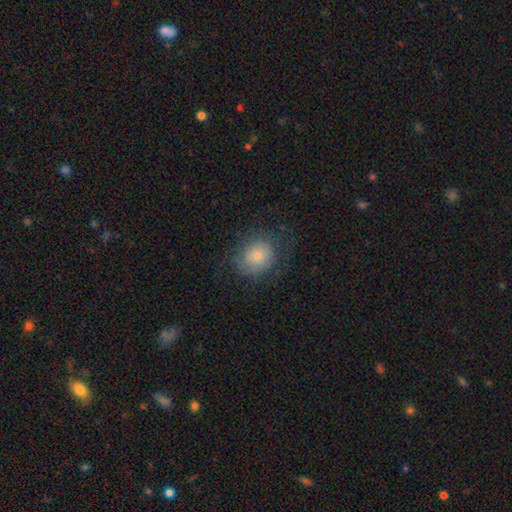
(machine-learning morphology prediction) smooth_or_featured: smooth (p=0.76) [alt: featured or disk p=0.15]
how_rounded: round (p=0.68) [alt: in between p=0.31]
merging: none (p=0.71) [alt: minor disturbance p=0.18]